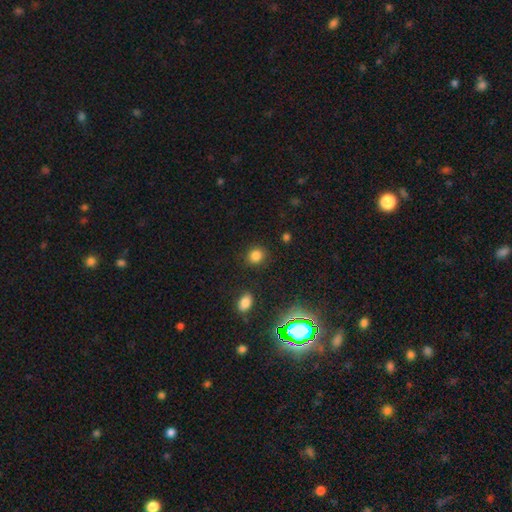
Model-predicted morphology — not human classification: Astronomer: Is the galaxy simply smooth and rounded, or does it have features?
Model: smooth — 81%.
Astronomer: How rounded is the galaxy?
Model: round — 77%.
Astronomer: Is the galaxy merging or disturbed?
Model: none — 86%.